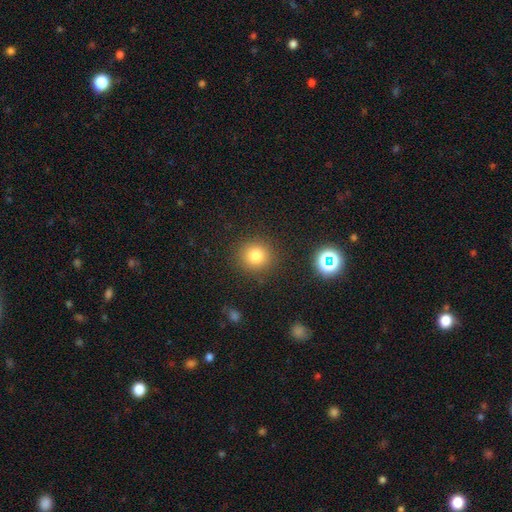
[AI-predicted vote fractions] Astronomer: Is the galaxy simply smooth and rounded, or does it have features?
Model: smooth — 79%.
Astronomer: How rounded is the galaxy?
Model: round — 91%.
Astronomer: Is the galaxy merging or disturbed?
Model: none — 88%.